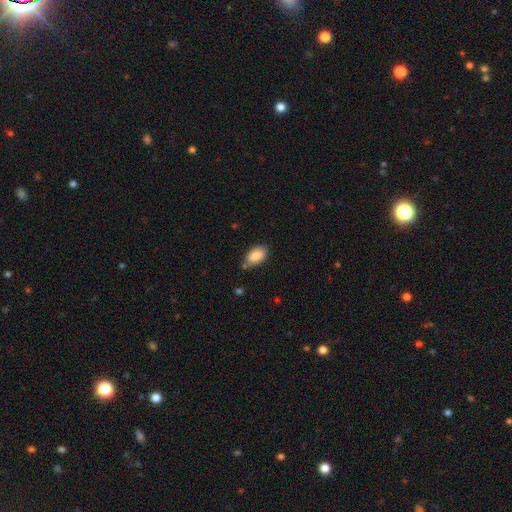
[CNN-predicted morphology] smooth-or-featured: smooth: 85% | featured or disk: 8% | star or artifact: 7%
  how-rounded: in between: 93% | round: 5% | cigar-shaped: 2%
  merging: none: 71% | minor disturbance: 21% | merger: 5% | major disturbance: 4%